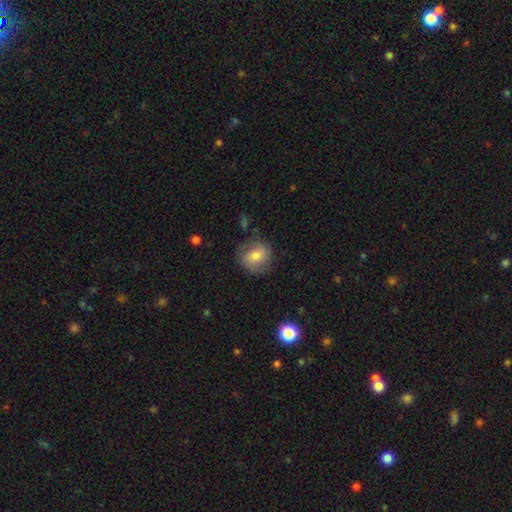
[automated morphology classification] A smooth galaxy with no disk features (70%) that is round (79%).

Vote fractions:
- Smooth or featured? smooth: 70% / featured or disk: 22% / star or artifact: 8%
- How rounded? round: 79% / in between: 19% / cigar-shaped: 1%
- Merging? none: 77% / minor disturbance: 16% / major disturbance: 5% / merger: 2%